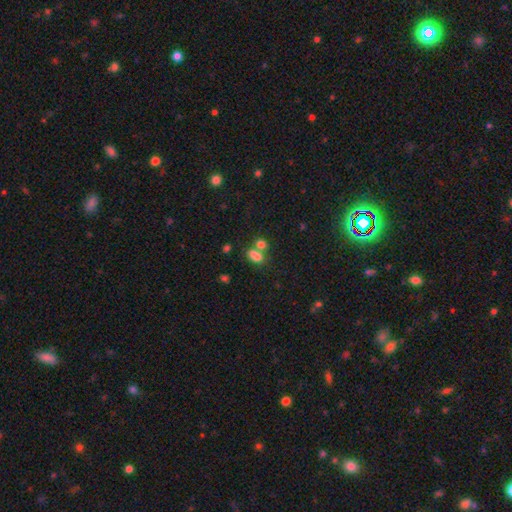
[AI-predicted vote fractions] This appears to be a smooth galaxy with no disk features (74%) that is in between round and cigar-shaped (75%). Merging: merger (54%).